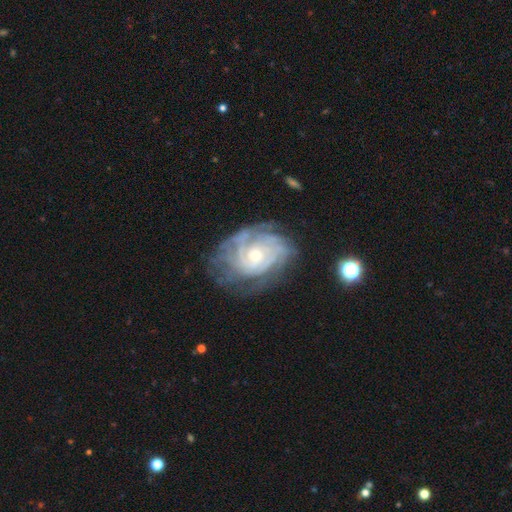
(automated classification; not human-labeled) This appears to be a featured or disk galaxy (87%) with no bar (75%), tight (73%) spiral arms (96%) and a small central bulge (69%). Merging: none (65%).